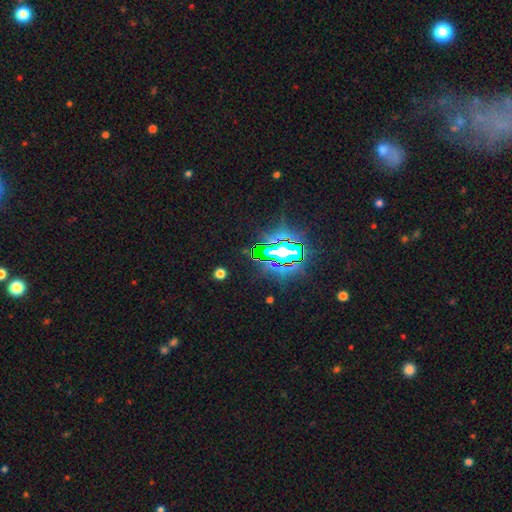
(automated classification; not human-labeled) Overall: star or artifact (82%).